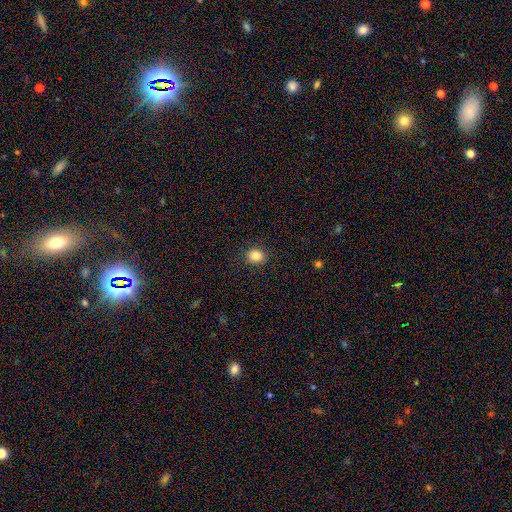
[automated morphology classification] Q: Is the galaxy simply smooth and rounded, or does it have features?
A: smooth — 85%.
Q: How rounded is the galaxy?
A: round — 70%.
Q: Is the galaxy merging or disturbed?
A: none — 89%.